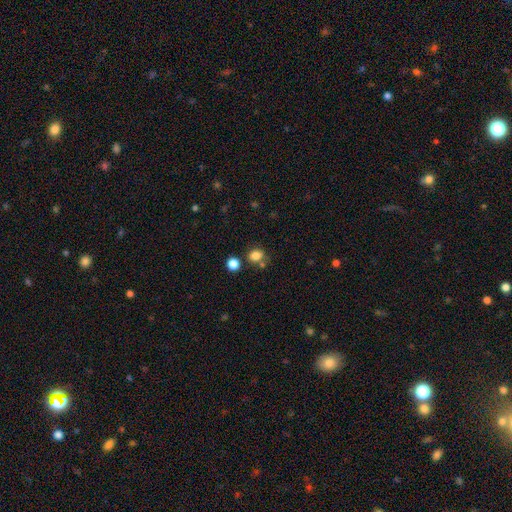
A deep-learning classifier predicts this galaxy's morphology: type=smooth (82%); roundness=round (61%); merging=none (66%).